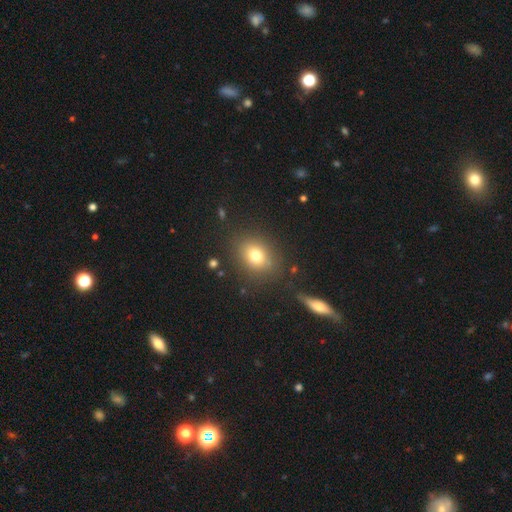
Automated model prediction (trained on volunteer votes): smooth 76%, star or artifact 13%, featured or disk 11%. Down the decision tree: how rounded — in between (51%); merging — none (82%).